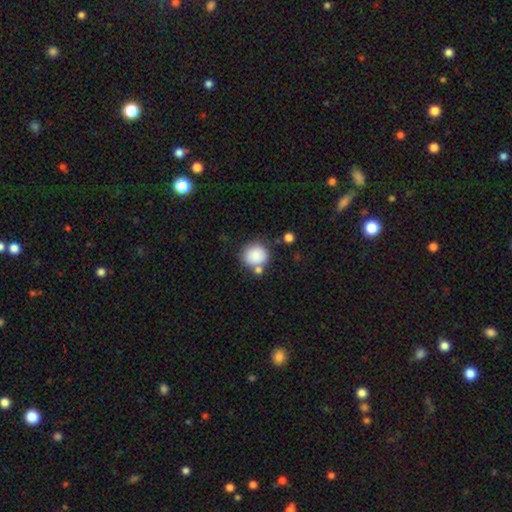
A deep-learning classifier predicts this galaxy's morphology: smooth_or_featured: smooth (p=0.84) [alt: star or artifact p=0.08]
how_rounded: round (p=0.87) [alt: in between p=0.12]
merging: none (p=0.66) [alt: merger p=0.16]